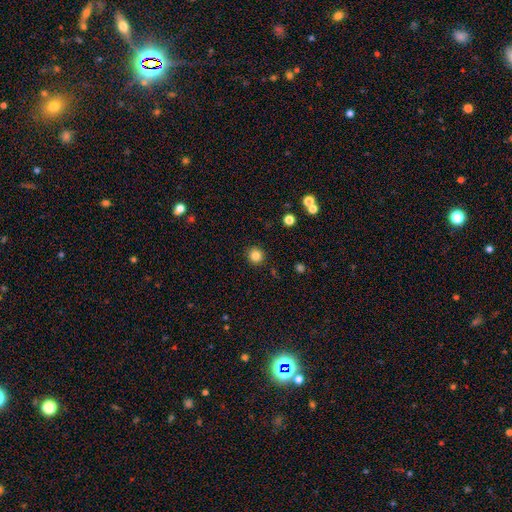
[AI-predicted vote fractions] A smooth galaxy with no disk features (83%) that is round (93%). Merging: none (91%).